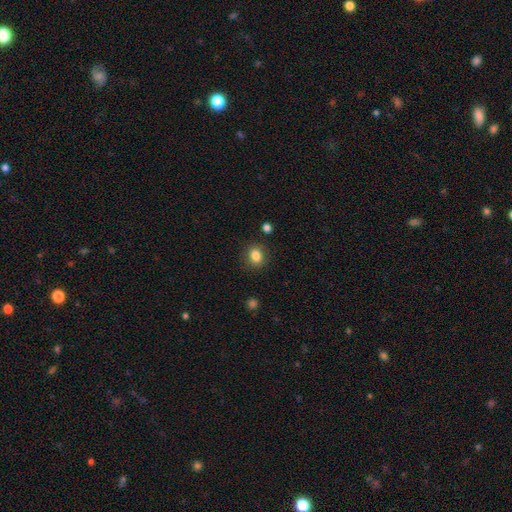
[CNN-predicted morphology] This appears to be a smooth galaxy with no disk features (84%) that is round (62%). Merging: none (85%).